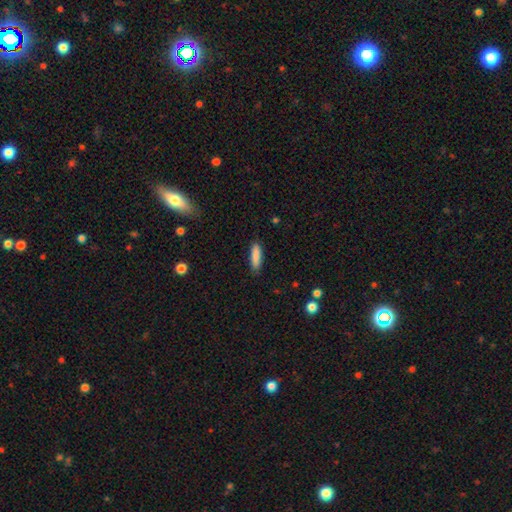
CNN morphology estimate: Smooth or featured? Predicted: smooth (p=0.87). How rounded? Predicted: cigar-shaped (p=0.64). Merging? Predicted: none (p=0.87).